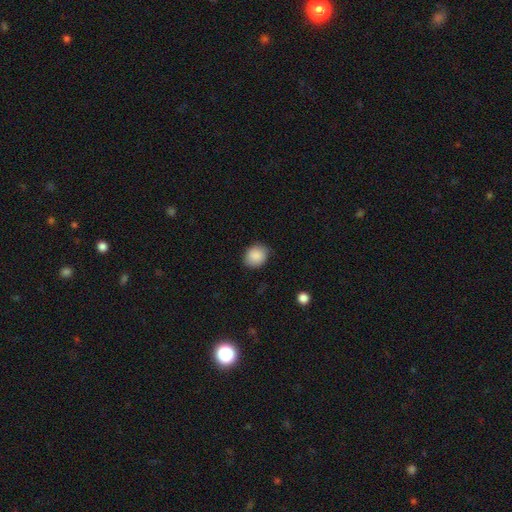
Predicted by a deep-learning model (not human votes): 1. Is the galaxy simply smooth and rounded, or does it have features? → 88% smooth, 8% star or artifact, 4% featured or disk.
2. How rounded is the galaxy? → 61% round, 38% in between, 1% cigar-shaped.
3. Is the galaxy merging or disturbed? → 81% none, 15% minor disturbance, 3% major disturbance, 1% merger.